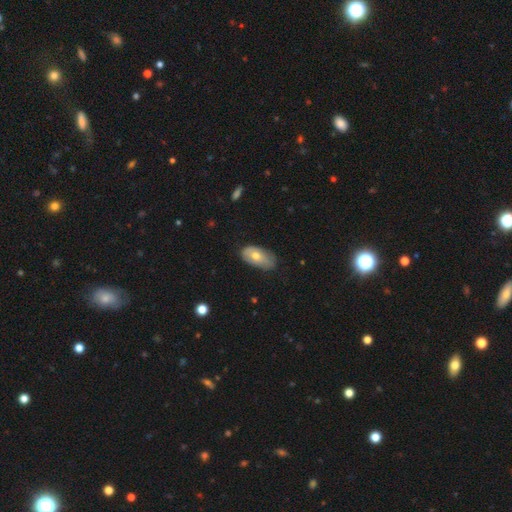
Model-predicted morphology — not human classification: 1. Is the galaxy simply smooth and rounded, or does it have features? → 62% smooth, 32% featured or disk, 6% star or artifact.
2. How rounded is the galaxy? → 92% in between, 4% round, 3% cigar-shaped.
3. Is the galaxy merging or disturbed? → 60% none, 32% minor disturbance, 7% major disturbance, 1% merger.